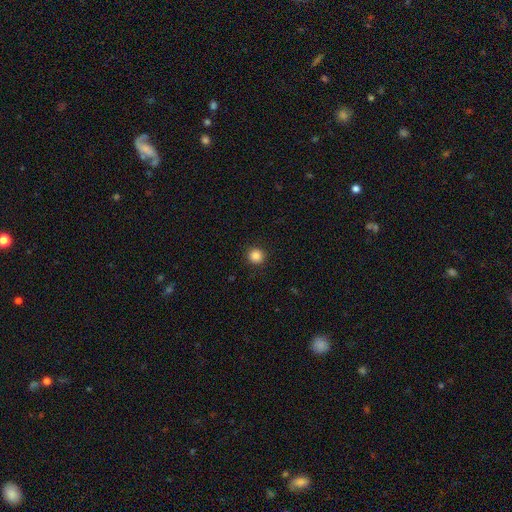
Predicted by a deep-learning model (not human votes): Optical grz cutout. It shows a smooth galaxy with no disk features (86%) that is round (94%). Merging: none (92%).